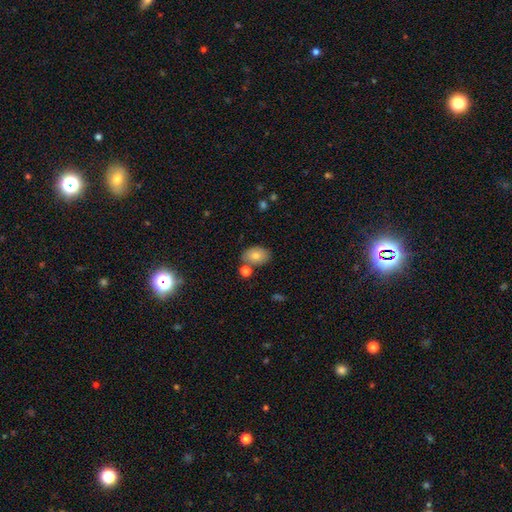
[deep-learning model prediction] smooth 80%, featured or disk 12%, star or artifact 8%. Down the decision tree: how rounded — in between (83%); merging — none (72%).